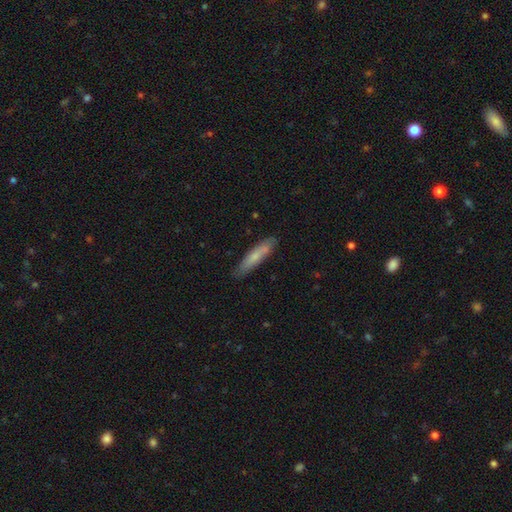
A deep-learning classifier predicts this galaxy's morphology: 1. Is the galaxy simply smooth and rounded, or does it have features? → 69% smooth, 26% featured or disk, 6% star or artifact.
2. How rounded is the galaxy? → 88% cigar-shaped, 11% in between, 1% round.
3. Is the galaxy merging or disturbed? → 84% none, 13% minor disturbance, 2% major disturbance, 2% merger.